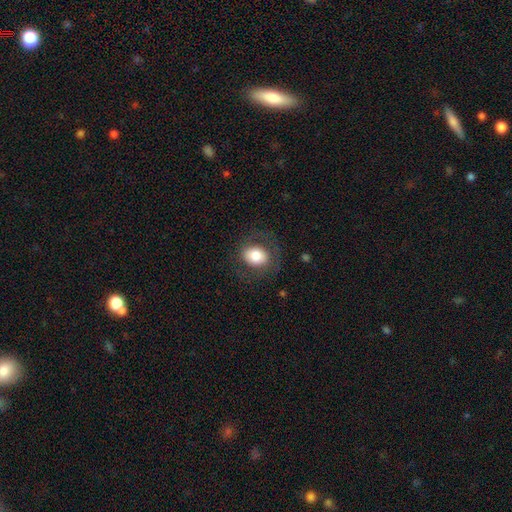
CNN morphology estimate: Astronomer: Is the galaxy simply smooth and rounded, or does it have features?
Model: smooth — 72%.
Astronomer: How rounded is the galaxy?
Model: round — 53% (runner-up: in between, 46%).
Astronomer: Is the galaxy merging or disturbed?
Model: none — 76%.